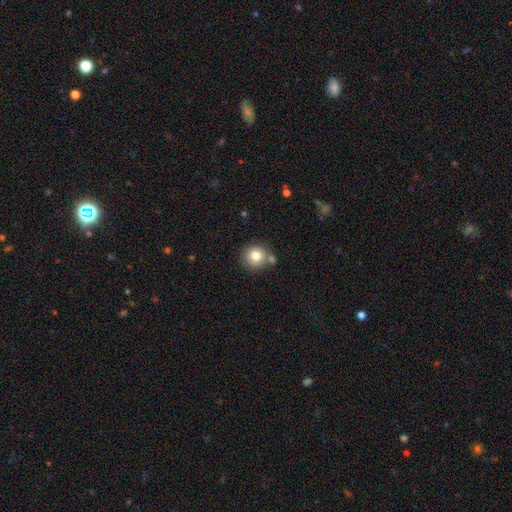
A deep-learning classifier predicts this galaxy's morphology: This is likely a smooth galaxy (80%). How rounded: clearly round (91%). Merging: likely none (69%).